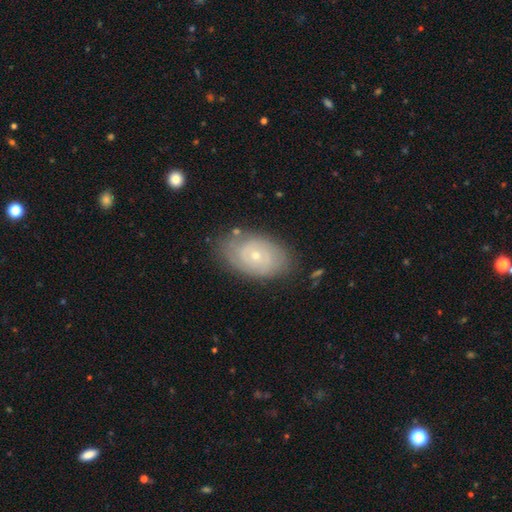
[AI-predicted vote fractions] Smooth or featured? Predicted: featured or disk (p=0.65). Edge-on disk? Predicted: no (p=0.95). Bar? Predicted: no (p=0.81). Spiral arms? Predicted: yes (p=0.74). Bulge size? Predicted: small (p=0.71). Merging? Predicted: none (p=0.76).